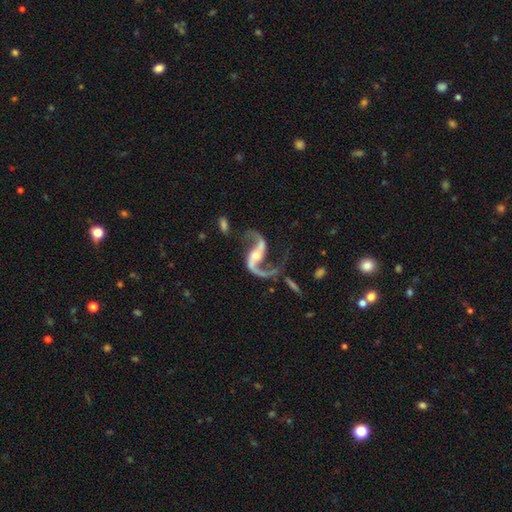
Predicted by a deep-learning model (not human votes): The model was most divided on "bar": weak: 38%, no: 35%, strong: 27%. Remaining: edge-on disk — no (97%); spiral arms — yes (97%); smooth or featured — featured or disk (92%); spiral arm count — 2 (92%); spiral winding — loose (80%); merging — none (58%); bulge size — moderate (45%).